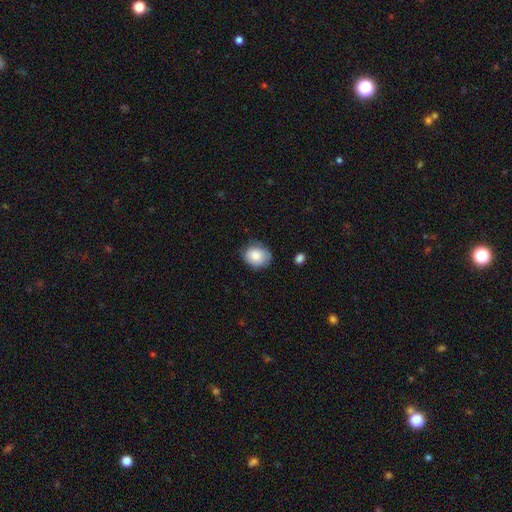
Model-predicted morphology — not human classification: smooth_or_featured: smooth (p=0.80) [alt: featured or disk p=0.12]
how_rounded: round (p=0.58) [alt: in between p=0.41]
merging: none (p=0.70) [alt: minor disturbance p=0.23]